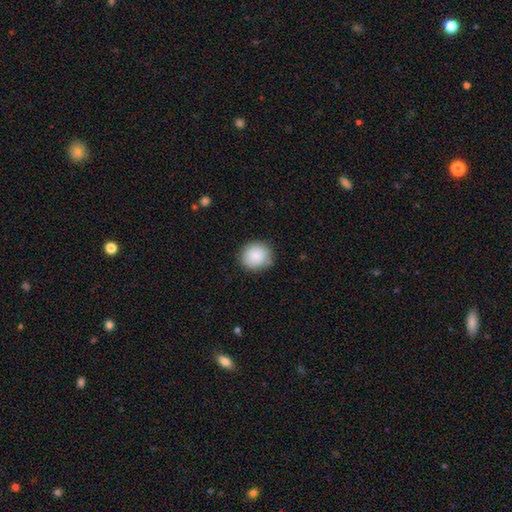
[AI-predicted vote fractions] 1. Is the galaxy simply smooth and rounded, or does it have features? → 88% smooth, 7% star or artifact, 5% featured or disk.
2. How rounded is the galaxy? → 88% round, 12% in between, 1% cigar-shaped.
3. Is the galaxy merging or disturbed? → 85% none, 11% minor disturbance, 3% major disturbance, 1% merger.